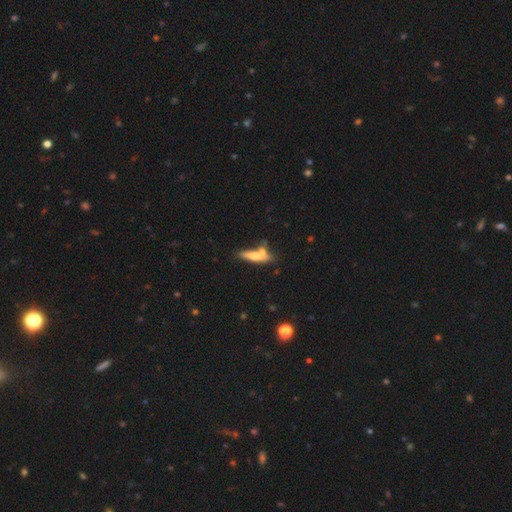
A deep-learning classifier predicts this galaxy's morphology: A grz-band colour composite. It shows a smooth galaxy with no disk features (54%) that is cigar-shaped (71%). Merging: none (51%).